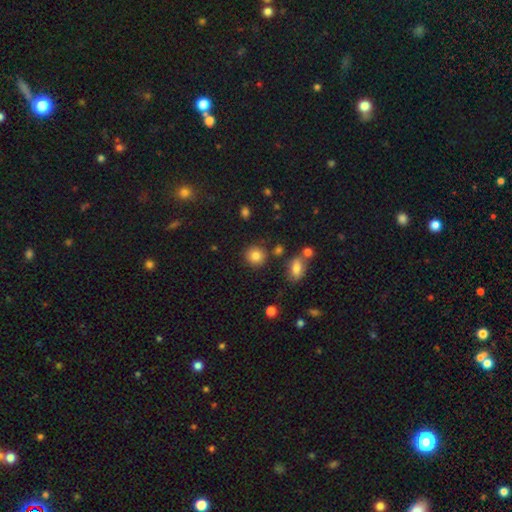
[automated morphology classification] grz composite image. It shows a smooth galaxy with no disk features (83%) that is round (88%). Merging: none (85%).